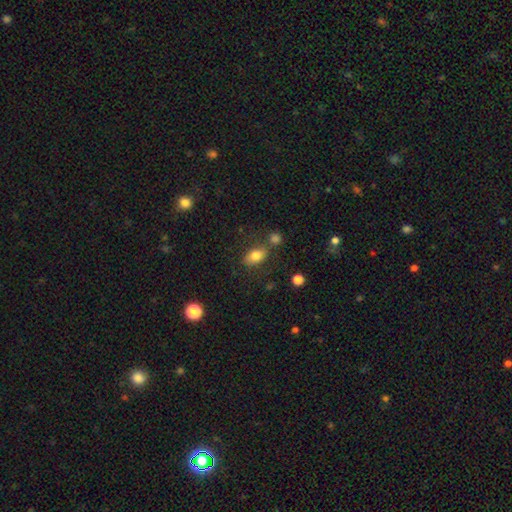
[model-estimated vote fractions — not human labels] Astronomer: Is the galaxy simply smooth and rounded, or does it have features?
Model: smooth — 79%.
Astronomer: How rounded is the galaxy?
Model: in between — 84%.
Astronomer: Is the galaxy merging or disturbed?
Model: none — 67%.